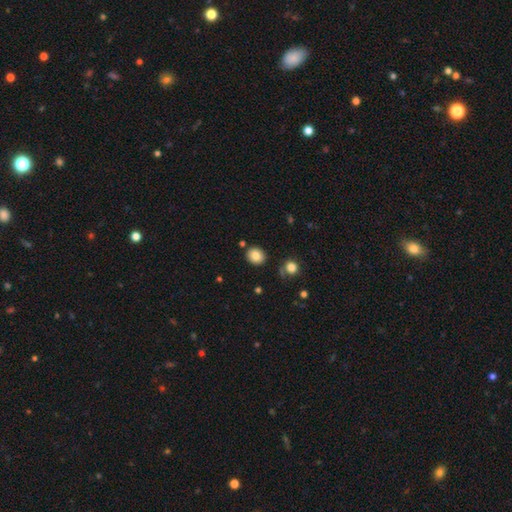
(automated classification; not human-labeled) smooth-or-featured: smooth: 83% | star or artifact: 10% | featured or disk: 8%
  how-rounded: round: 79% | in between: 20% | cigar-shaped: 1%
  merging: none: 86% | minor disturbance: 8% | merger: 4% | major disturbance: 2%